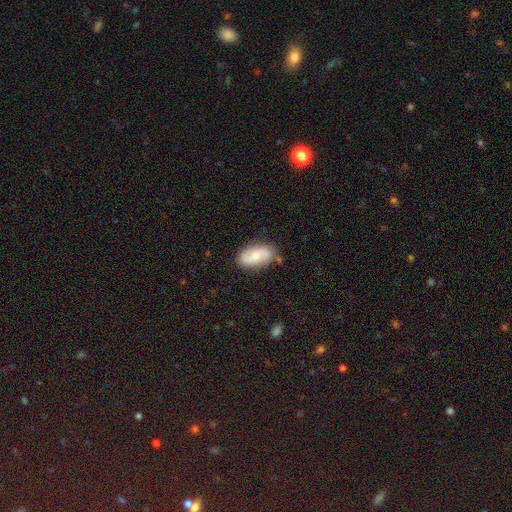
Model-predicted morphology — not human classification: The model was most divided on "smooth or featured": featured or disk: 52%, smooth: 41%, star or artifact: 7%. More confident: edge-on disk — no (95%); merging — none (76%).